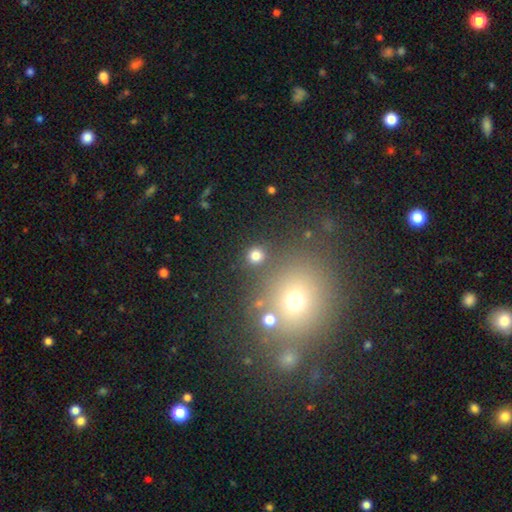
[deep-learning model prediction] This appears to be a smooth galaxy with no disk features (77%) that is round (88%). Merging: none (84%).